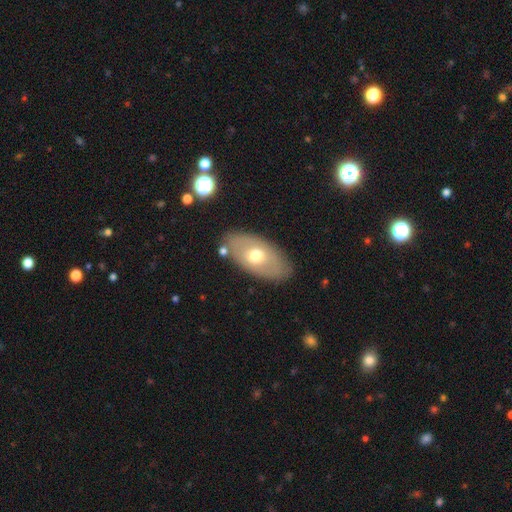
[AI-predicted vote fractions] Smooth or featured? Predicted: smooth (p=0.56). How rounded? Predicted: in between (p=0.91). Merging? Predicted: none (p=0.81).